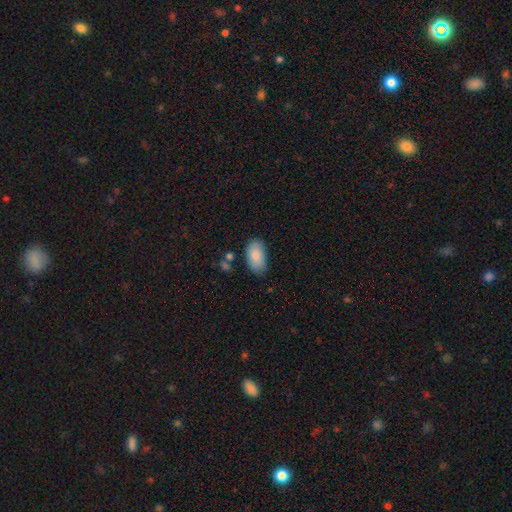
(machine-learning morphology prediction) smooth 85%, featured or disk 9%, star or artifact 6%. Down the decision tree: how rounded — in between (94%); merging — none (69%).